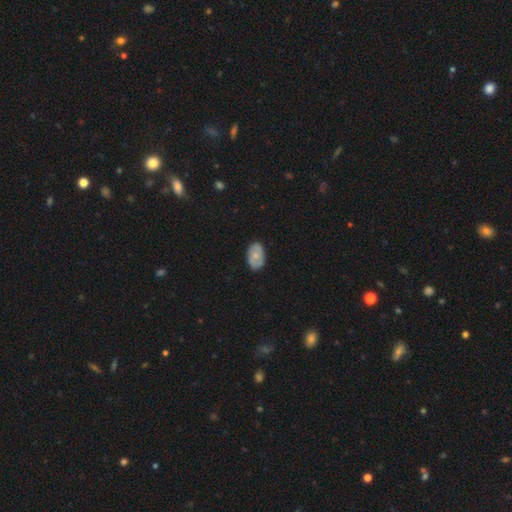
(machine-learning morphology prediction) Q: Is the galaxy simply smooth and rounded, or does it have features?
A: smooth — 64%.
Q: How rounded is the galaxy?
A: in between — 90%.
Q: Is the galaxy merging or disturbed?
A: none — 78%.